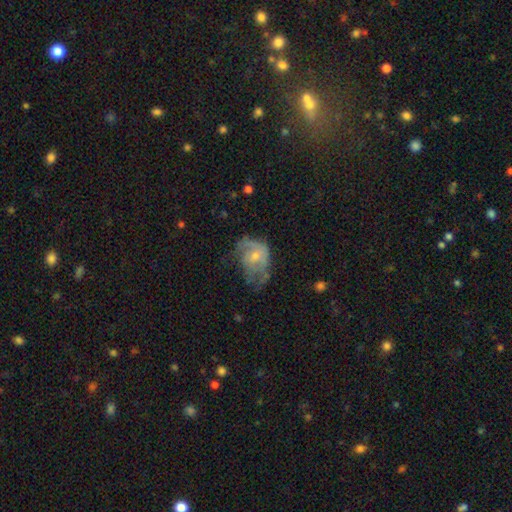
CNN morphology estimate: Smooth or featured: featured or disk — 57% (smooth — 35%)
Edge-on disk: no — 97% (yes — 3%)
Bar: no — 70% (weak — 26%)
Spiral arms: yes — 65% (no — 35%)
Bulge size: small — 57% (moderate — 35%)
Merging: major disturbance — 41% (none — 28%)